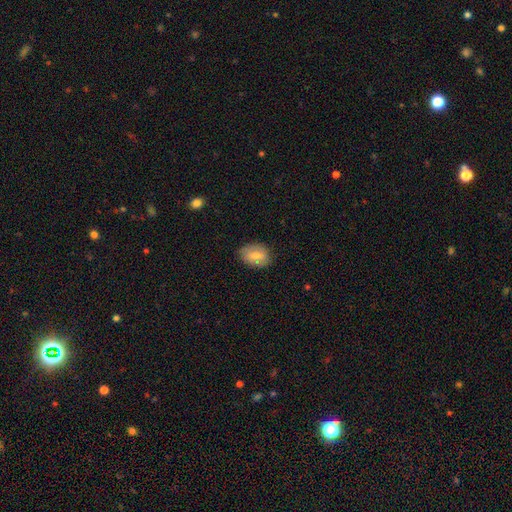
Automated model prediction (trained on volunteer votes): smooth-or-featured: smooth: 70% | featured or disk: 21% | star or artifact: 8%
  how-rounded: in between: 76% | round: 23% | cigar-shaped: 1%
  merging: none: 80% | minor disturbance: 16% | major disturbance: 3% | merger: 1%